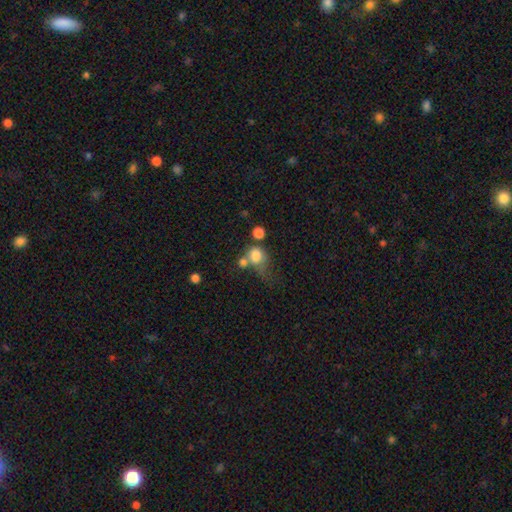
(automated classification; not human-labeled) Smooth or featured? smooth (77%)
How rounded? round (70%)
Merging? merger (38%)